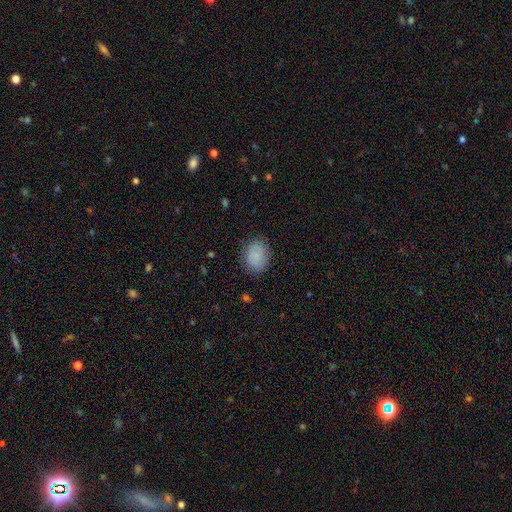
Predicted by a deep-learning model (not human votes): This appears to be a smooth galaxy with no disk features (86%) that is in between round and cigar-shaped (55%). Merging: none (82%).